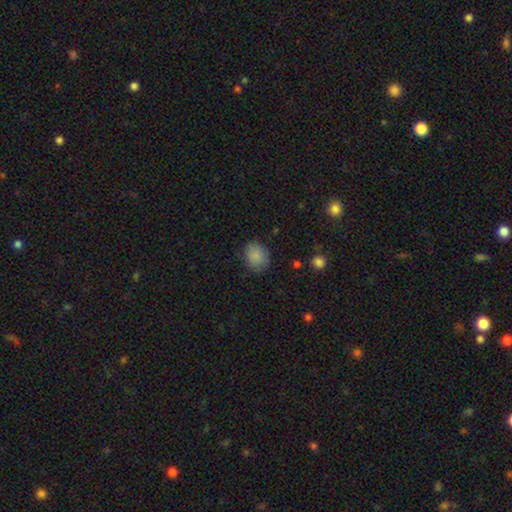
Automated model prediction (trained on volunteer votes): Smooth or featured? Predicted: smooth (p=0.86). How rounded? Predicted: round (p=0.62). Merging? Predicted: none (p=0.81).